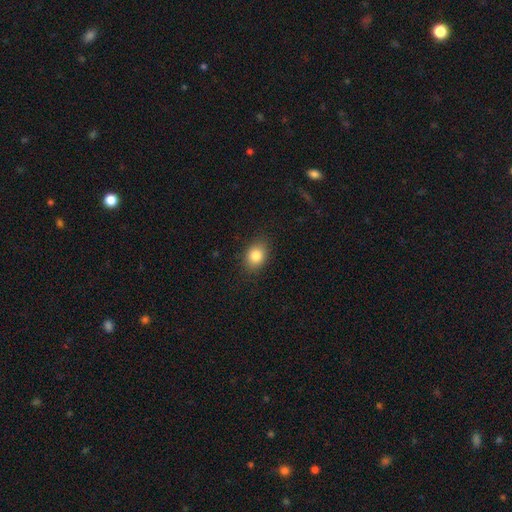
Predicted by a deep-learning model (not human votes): A smooth galaxy with no disk features (85%) that is in between round and cigar-shaped (62%). Merging: none (85%).